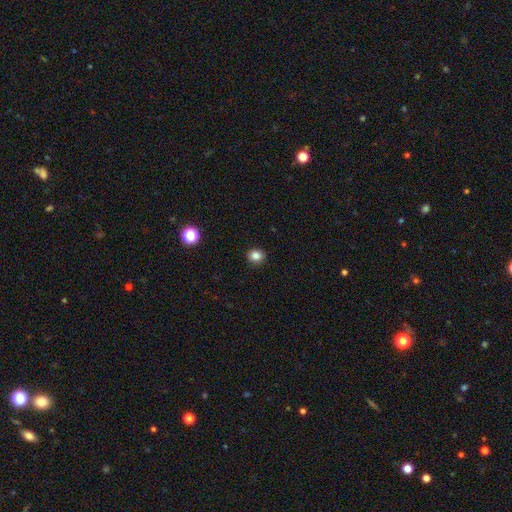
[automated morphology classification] A smooth galaxy with no disk features (84%) that is round (78%). Merging: none (91%).